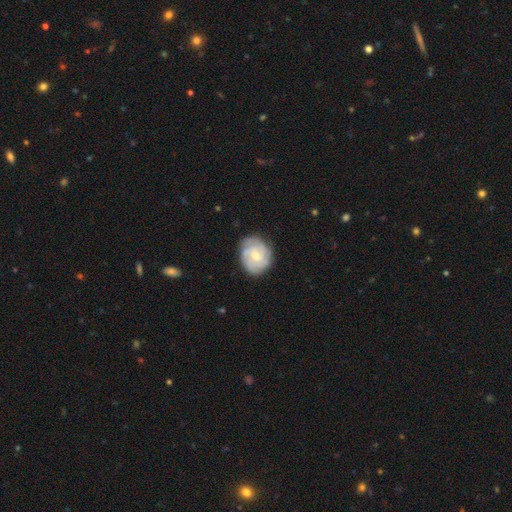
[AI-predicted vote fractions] smooth_or_featured: featured or disk (p=0.71) [alt: smooth p=0.23]
disk_edge_on: no (p=0.98) [alt: yes p=0.02]
bar: no (p=0.59) [alt: weak p=0.36]
has_spiral_arms: yes (p=0.93) [alt: no p=0.07]
spiral_winding: tight (p=0.63) [alt: medium p=0.30]
spiral_arm_count: can't tell (p=0.31) [alt: 3 p=0.28]
bulge_size: small (p=0.53) [alt: moderate p=0.41]
merging: none (p=0.78) [alt: minor disturbance p=0.16]